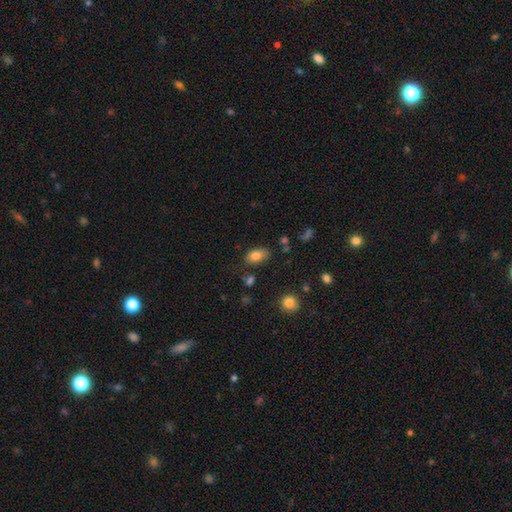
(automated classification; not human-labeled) Morphology: type=smooth (81%); roundness=in between (89%); merging=none (73%).